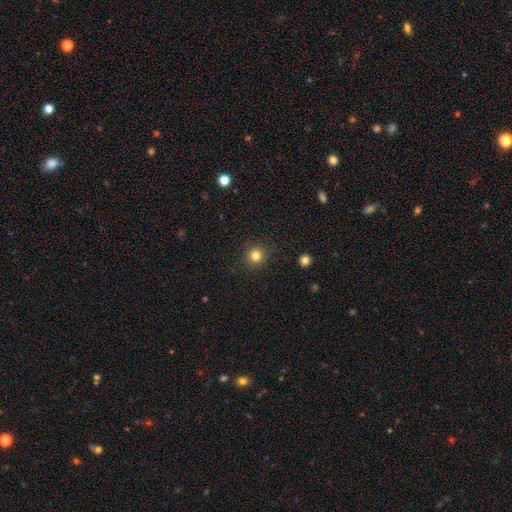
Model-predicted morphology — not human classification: Smooth or featured?
  - smooth: 81% *
  - star or artifact: 13%
  - featured or disk: 6%
How rounded?
  - round: 91% *
  - in between: 8%
  - cigar-shaped: 1%
Merging?
  - none: 89% *
  - minor disturbance: 7%
  - major disturbance: 2%
  - merger: 1%